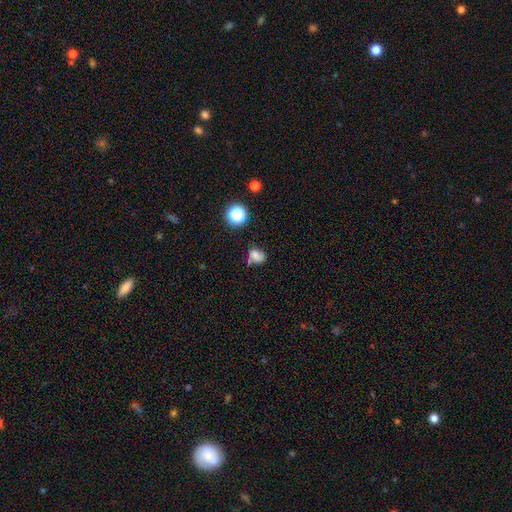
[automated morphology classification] The model was most divided on "how rounded": in between: 58%, round: 41%, cigar-shaped: 1%. Remaining: smooth or featured — smooth (73%); merging — none (49%).